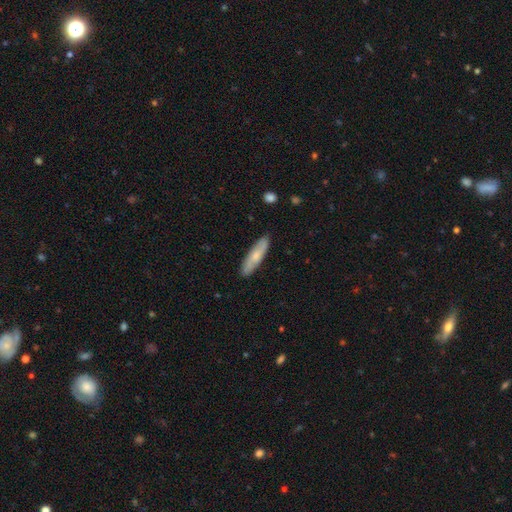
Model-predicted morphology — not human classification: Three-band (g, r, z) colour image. It shows a smooth galaxy with no disk features (60%) that is cigar-shaped (69%). Merging: none (88%).